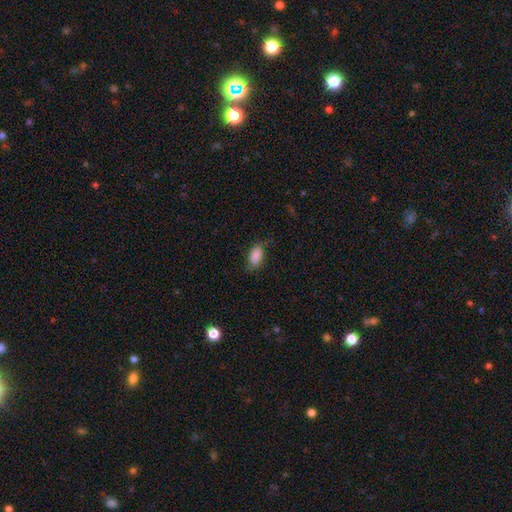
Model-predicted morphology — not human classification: smooth_or_featured: smooth (p=0.83) [alt: featured or disk p=0.09]
how_rounded: in between (p=0.92) [alt: round p=0.05]
merging: none (p=0.67) [alt: minor disturbance p=0.24]